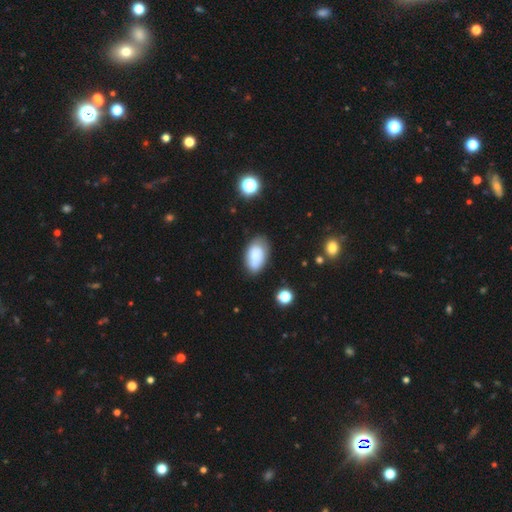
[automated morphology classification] Overall: smooth (76%). How rounded: in between (93%). Merging: none (70%).